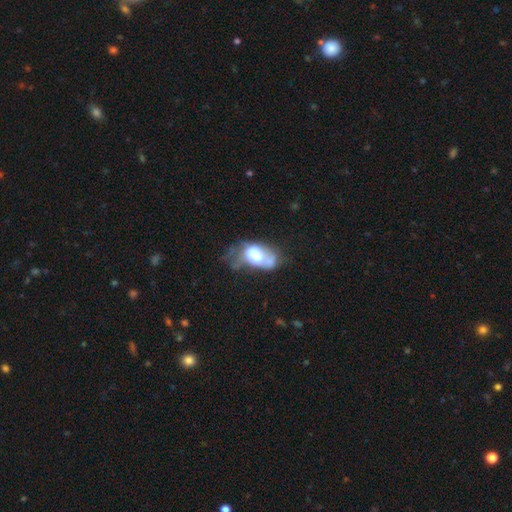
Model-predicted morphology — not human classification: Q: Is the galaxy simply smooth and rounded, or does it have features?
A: smooth — 52%.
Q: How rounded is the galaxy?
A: in between — 81%.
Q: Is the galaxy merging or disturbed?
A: major disturbance — 36%.